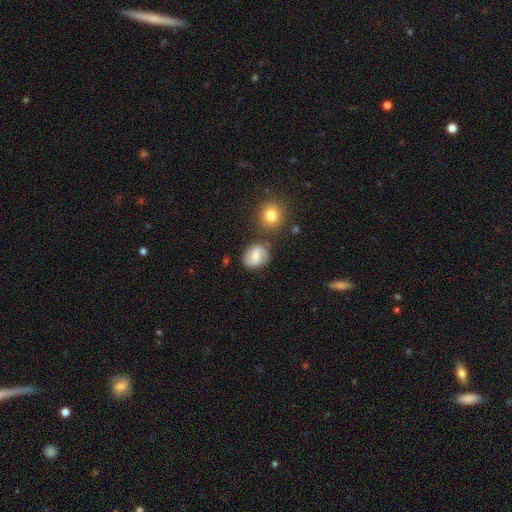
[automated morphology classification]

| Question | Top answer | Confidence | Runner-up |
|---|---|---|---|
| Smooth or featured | featured or disk | 49% | smooth (43%) |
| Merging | none | 70% | minor disturbance (18%) |